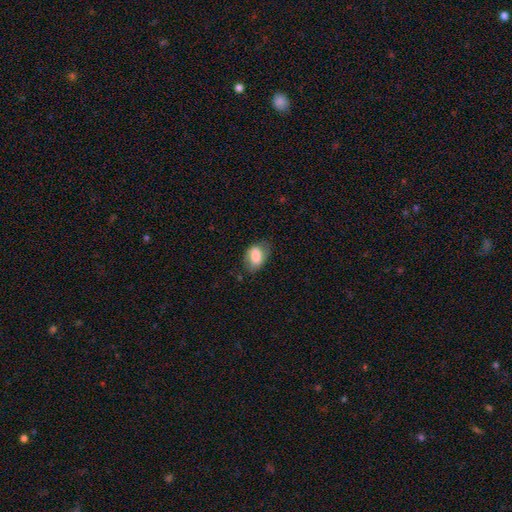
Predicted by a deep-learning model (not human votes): smooth 72%, featured or disk 20%, star or artifact 7%. Down the decision tree: how rounded — in between (87%); merging — none (64%).